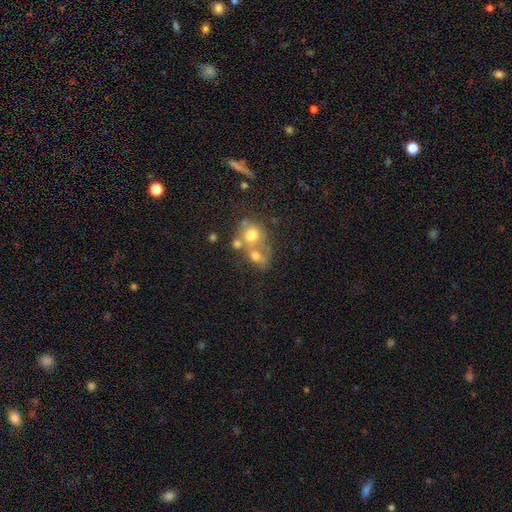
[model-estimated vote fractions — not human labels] This appears to be a smooth galaxy with no disk features (62%) that is round (60%). Merging: merger (55%).